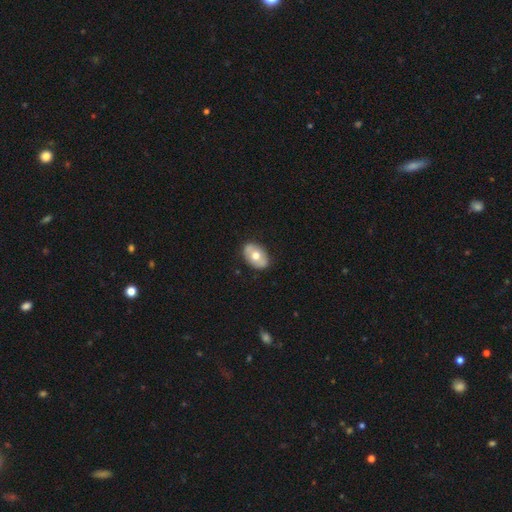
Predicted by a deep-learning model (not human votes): smooth-or-featured: smooth: 58% | featured or disk: 36% | star or artifact: 6%
  how-rounded: in between: 84% | round: 15% | cigar-shaped: 1%
  merging: none: 85% | minor disturbance: 11% | major disturbance: 2% | merger: 1%